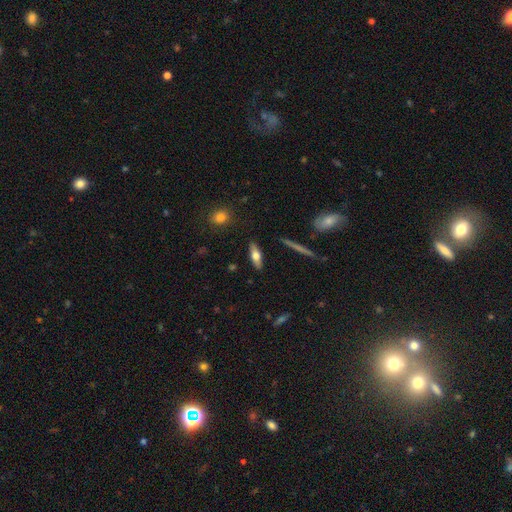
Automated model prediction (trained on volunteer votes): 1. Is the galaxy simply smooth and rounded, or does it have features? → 56% smooth, 37% featured or disk, 7% star or artifact.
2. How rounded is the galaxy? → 56% in between, 41% cigar-shaped, 3% round.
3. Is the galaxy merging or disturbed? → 88% none, 9% minor disturbance, 2% major disturbance, 2% merger.